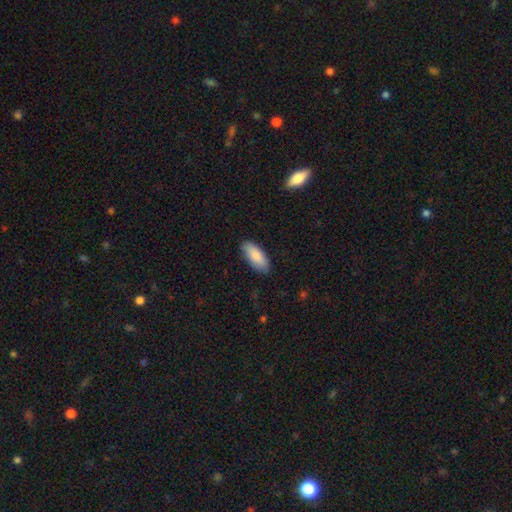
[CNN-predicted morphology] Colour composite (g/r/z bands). It shows a smooth galaxy with no disk features (88%) that is in between round and cigar-shaped (84%). Merging: none (86%).